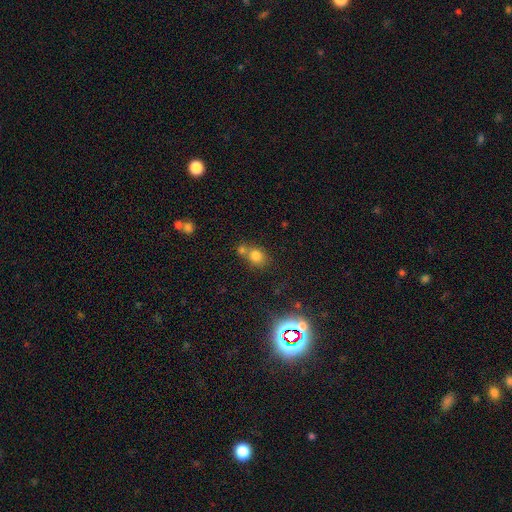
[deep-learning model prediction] Smooth or featured? smooth (77%)
How rounded? round (70%)
Merging? none (46%)